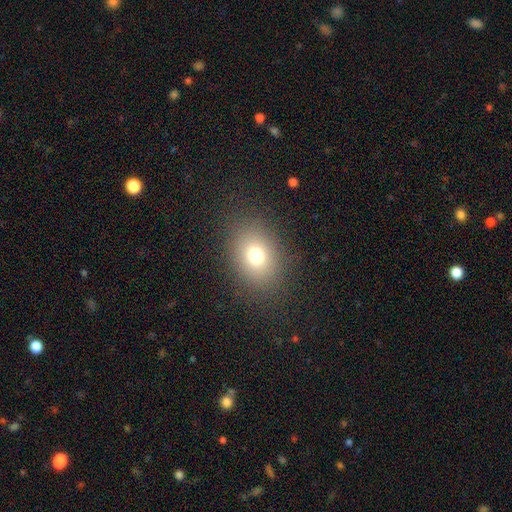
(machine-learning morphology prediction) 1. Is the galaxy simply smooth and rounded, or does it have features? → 73% smooth, 16% star or artifact, 11% featured or disk.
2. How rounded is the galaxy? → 57% in between, 42% round, 1% cigar-shaped.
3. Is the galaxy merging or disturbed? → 85% none, 9% minor disturbance, 5% major disturbance, 1% merger.